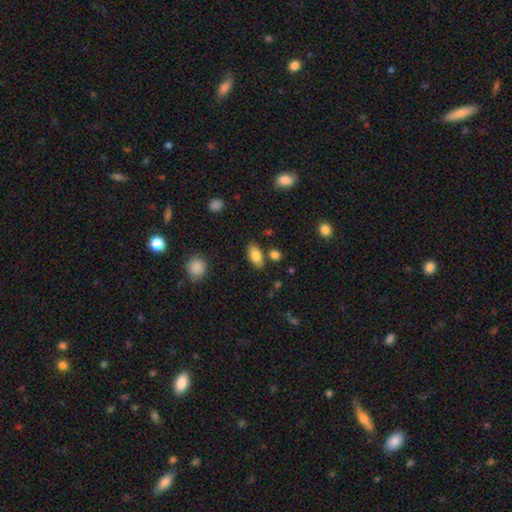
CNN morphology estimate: Smooth or featured: smooth — 80% (featured or disk — 13%)
How rounded: in between — 88% (cigar-shaped — 7%)
Merging: none — 80% (minor disturbance — 11%)